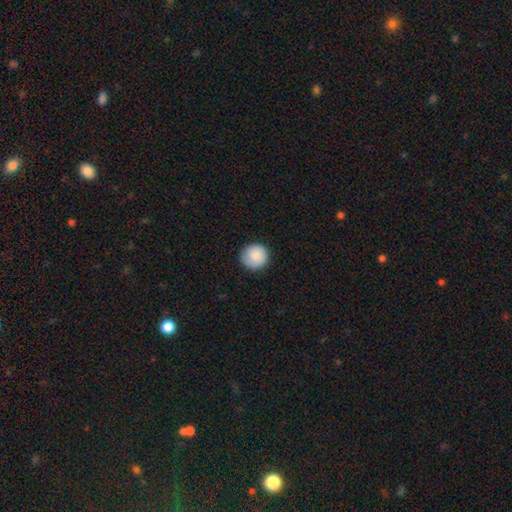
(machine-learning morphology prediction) Smooth or featured: smooth — 85% (featured or disk — 8%)
How rounded: round — 94% (in between — 5%)
Merging: none — 88% (minor disturbance — 9%)